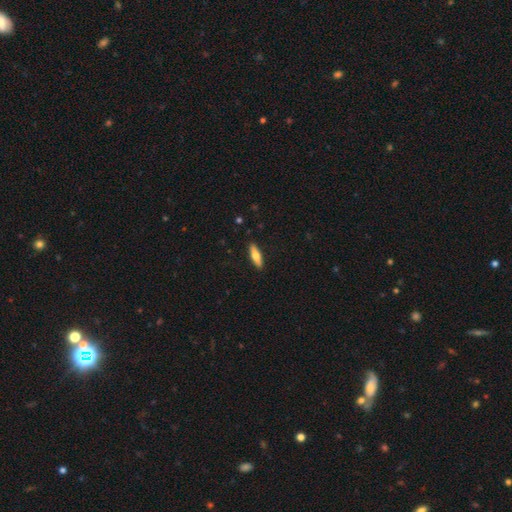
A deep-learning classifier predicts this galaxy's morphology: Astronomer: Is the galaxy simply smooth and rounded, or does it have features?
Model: smooth — 66%.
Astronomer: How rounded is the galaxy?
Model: cigar-shaped — 59% (runner-up: in between, 39%).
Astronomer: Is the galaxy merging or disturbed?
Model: none — 90%.